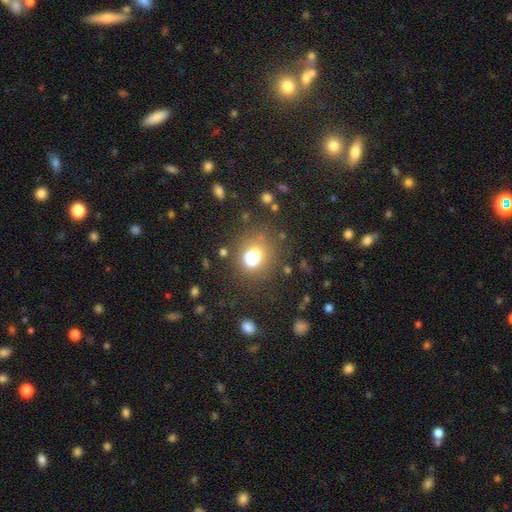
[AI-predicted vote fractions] Smooth or featured? Predicted: smooth (p=0.67). How rounded? Predicted: round (p=0.67). Merging? Predicted: none (p=0.76).